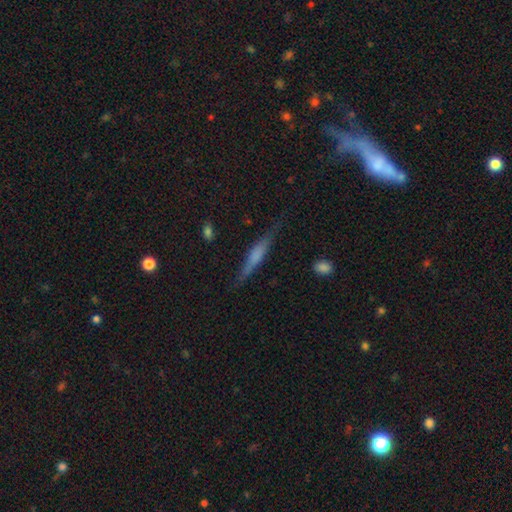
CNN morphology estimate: type=featured or disk (54%); edge-on=yes (95%); edge-on bulge=rounded (39%); merging=none (80%).